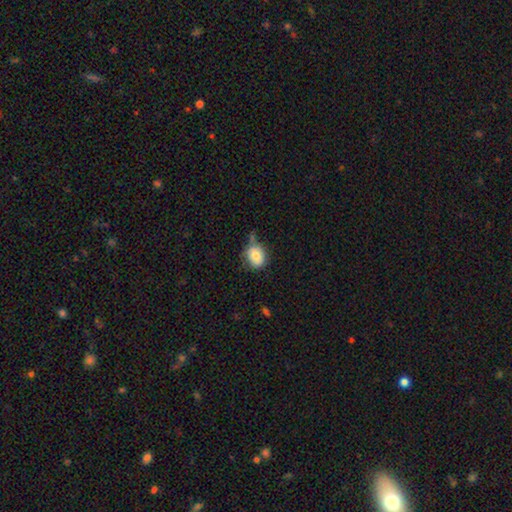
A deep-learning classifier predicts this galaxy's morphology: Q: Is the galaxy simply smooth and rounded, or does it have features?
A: smooth — 79%.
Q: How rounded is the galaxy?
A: round — 54%.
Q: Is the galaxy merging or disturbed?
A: none — 52%.